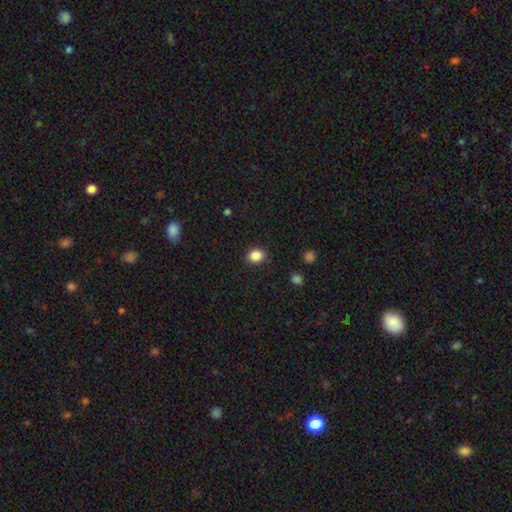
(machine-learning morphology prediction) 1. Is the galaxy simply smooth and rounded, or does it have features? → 86% smooth, 10% star or artifact, 3% featured or disk.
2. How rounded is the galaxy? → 74% round, 25% in between, 1% cigar-shaped.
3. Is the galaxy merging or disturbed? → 89% none, 7% minor disturbance, 2% major disturbance, 1% merger.